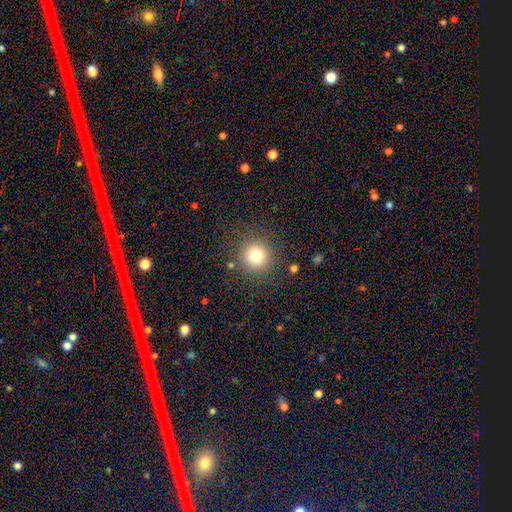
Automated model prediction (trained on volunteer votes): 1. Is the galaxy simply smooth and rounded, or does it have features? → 77% smooth, 14% star or artifact, 9% featured or disk.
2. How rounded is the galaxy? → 93% round, 6% in between, 1% cigar-shaped.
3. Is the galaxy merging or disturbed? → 86% none, 8% minor disturbance, 4% major disturbance, 2% merger.